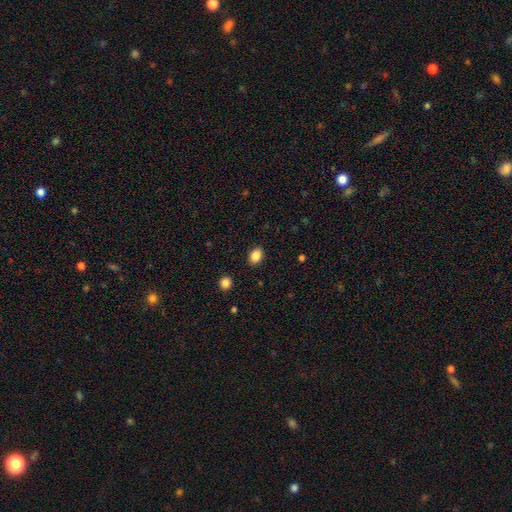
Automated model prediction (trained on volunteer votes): Morphology: type=smooth (86%); roundness=in between (68%); merging=none (89%).